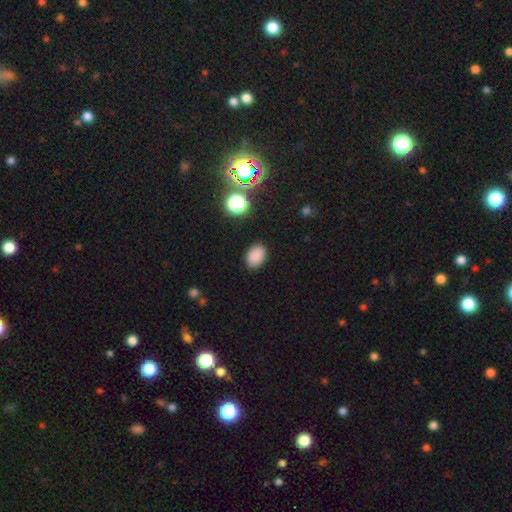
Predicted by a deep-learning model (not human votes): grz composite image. It shows a smooth galaxy with no disk features (84%) that is in between round and cigar-shaped (78%). Merging: none (87%).